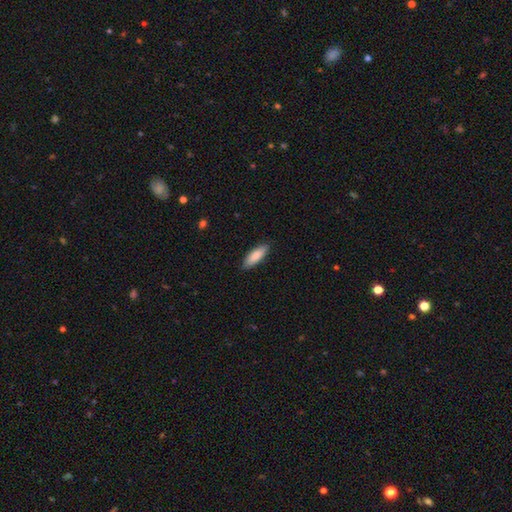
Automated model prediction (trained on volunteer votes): A smooth galaxy with no disk features (87%) that is in between round and cigar-shaped (56%). Merging: none (88%).